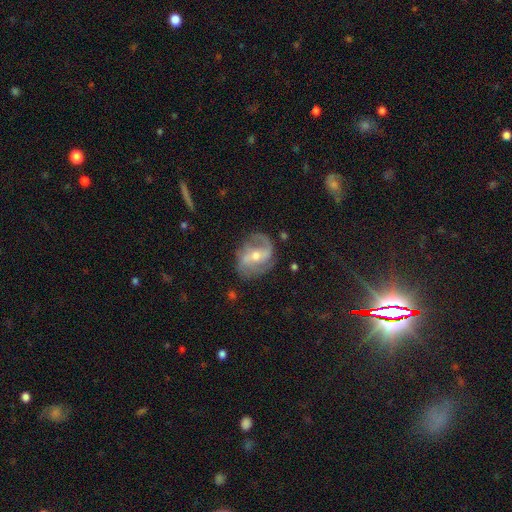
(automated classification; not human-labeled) Overall: featured or disk (82%). Edge-on disk: no (97%). Bar: weak (43%; no 31%). Spiral arms: yes (93%). Spiral arm count: 2 (71%). Spiral winding: medium (45%; loose 37%). Bulge size: moderate (56%; small 39%). Merging: none (68%).